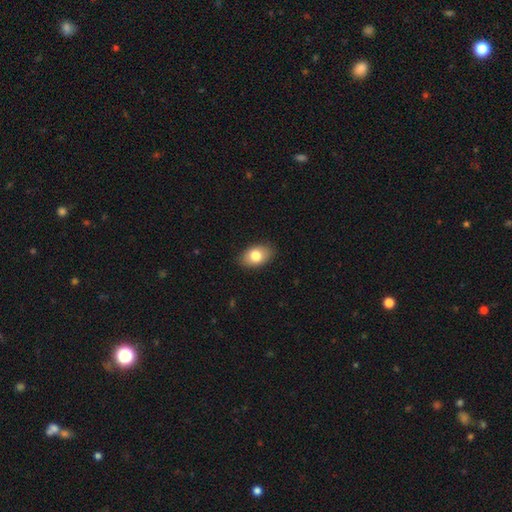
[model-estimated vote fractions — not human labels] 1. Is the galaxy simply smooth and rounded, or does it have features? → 80% smooth, 13% featured or disk, 7% star or artifact.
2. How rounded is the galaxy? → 87% in between, 11% round, 1% cigar-shaped.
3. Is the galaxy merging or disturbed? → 87% none, 10% minor disturbance, 2% major disturbance, 1% merger.